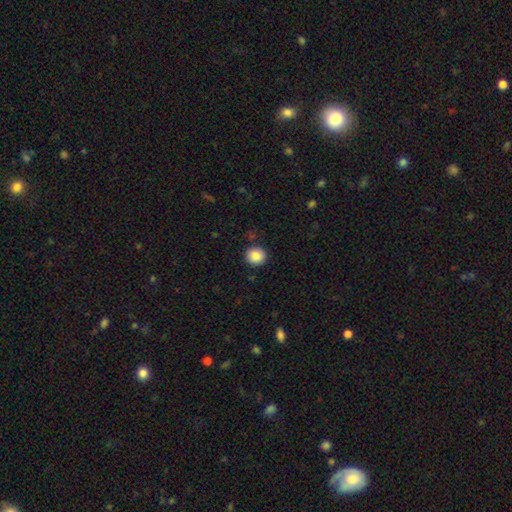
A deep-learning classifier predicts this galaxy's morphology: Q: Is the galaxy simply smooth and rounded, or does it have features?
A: smooth — 87%.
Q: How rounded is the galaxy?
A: round — 88%.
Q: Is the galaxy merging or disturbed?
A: none — 88%.